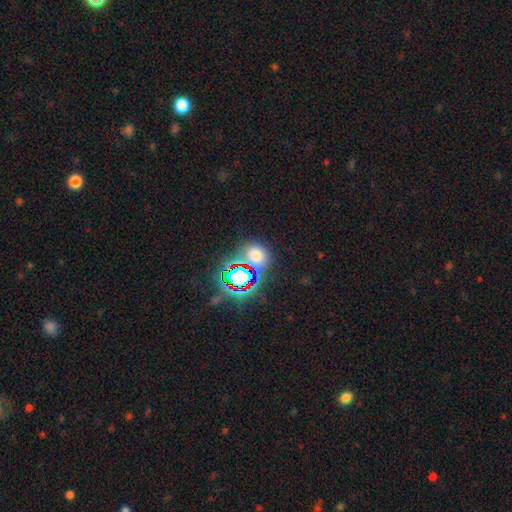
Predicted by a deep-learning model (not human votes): Overall: smooth (53%; star or artifact 39%). How rounded: round (63%; in between 36%). Merging: none (70%).